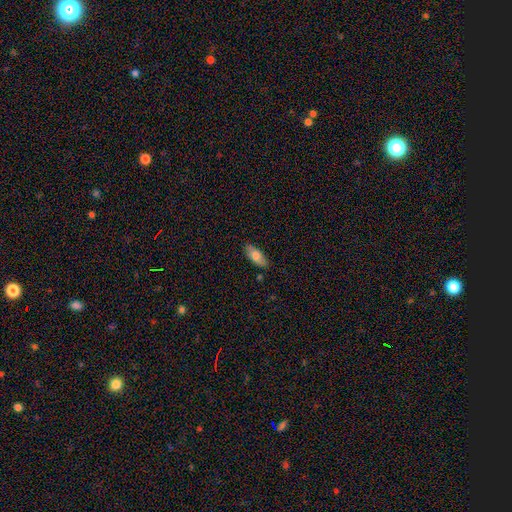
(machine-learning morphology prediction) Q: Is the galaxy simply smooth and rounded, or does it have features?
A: smooth — 77%.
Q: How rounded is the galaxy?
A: in between — 78%.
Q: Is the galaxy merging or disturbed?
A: none — 84%.